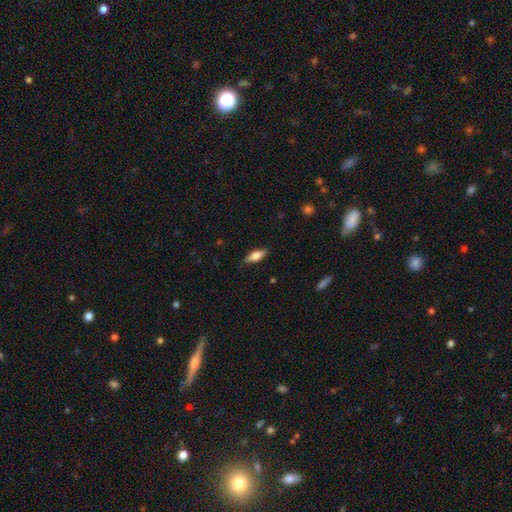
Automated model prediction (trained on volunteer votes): Smooth or featured? Predicted: smooth (p=0.62). How rounded? Predicted: in between (p=0.60). Merging? Predicted: none (p=0.82).